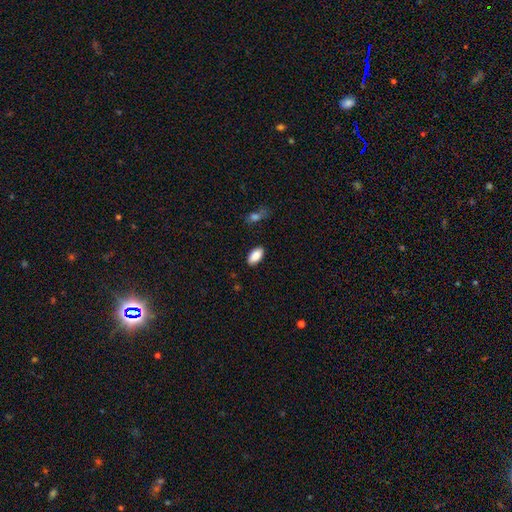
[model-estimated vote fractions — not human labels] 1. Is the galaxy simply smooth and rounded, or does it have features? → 89% smooth, 7% star or artifact, 4% featured or disk.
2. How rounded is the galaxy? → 93% in between, 5% cigar-shaped, 3% round.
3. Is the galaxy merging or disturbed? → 86% none, 10% minor disturbance, 2% major disturbance, 1% merger.